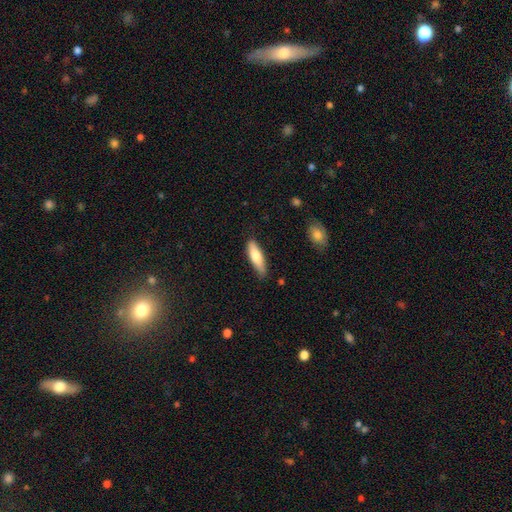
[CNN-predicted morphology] Q: Smooth or featured?
A: smooth (76%); runner-up: featured or disk (18%)
Q: How rounded?
A: cigar-shaped (55%); runner-up: in between (43%)
Q: Merging?
A: none (78%); runner-up: minor disturbance (18%)